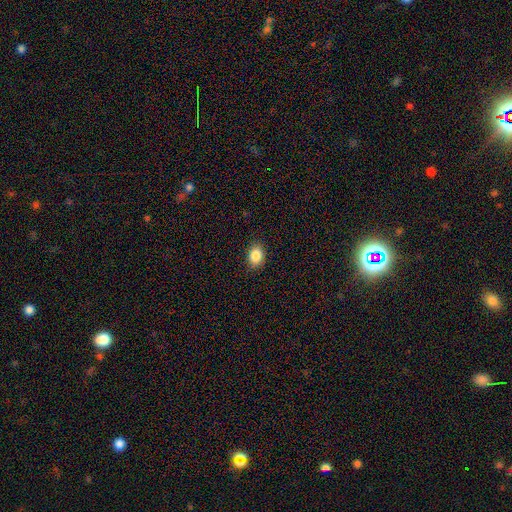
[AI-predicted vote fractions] The model was most divided on "how rounded": in between: 70%, round: 29%, cigar-shaped: 1%. More confident: merging — none (88%); smooth or featured — smooth (86%).